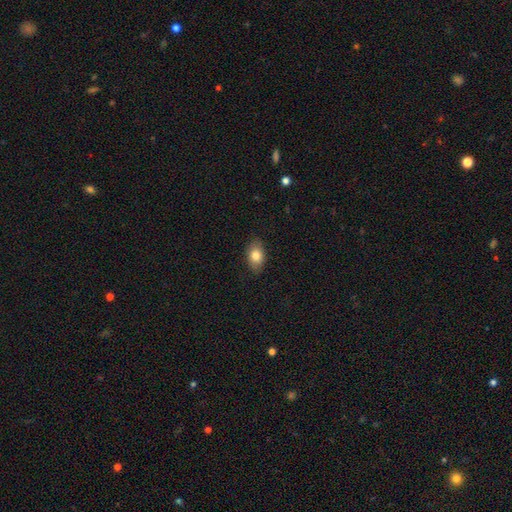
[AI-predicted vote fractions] smooth-or-featured: smooth: 80% | featured or disk: 12% | star or artifact: 8%
  how-rounded: in between: 85% | round: 13% | cigar-shaped: 2%
  merging: none: 85% | minor disturbance: 11% | major disturbance: 2% | merger: 1%